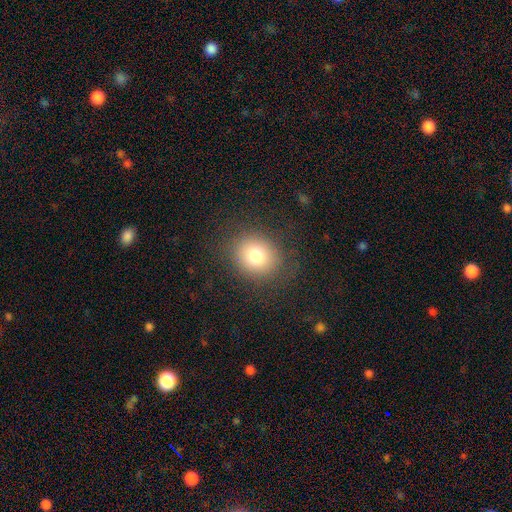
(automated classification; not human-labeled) The model was most divided on "how rounded": round: 75%, in between: 24%, cigar-shaped: 1%. More confident: merging — none (85%); smooth or featured — smooth (77%).